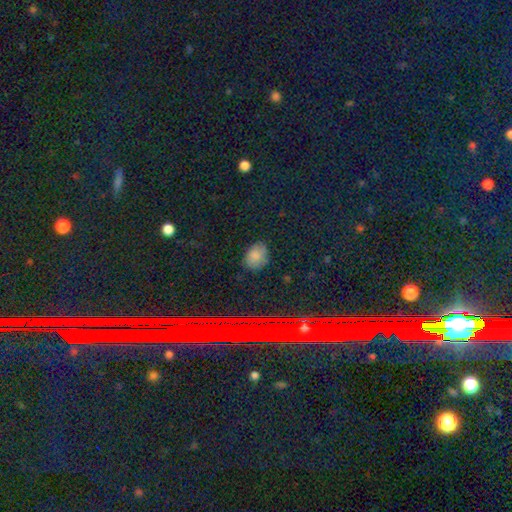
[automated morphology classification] Smooth or featured?
  - smooth: 74% *
  - star or artifact: 18%
  - featured or disk: 8%
How rounded?
  - in between: 64% *
  - round: 35%
  - cigar-shaped: 1%
Merging?
  - none: 78% *
  - minor disturbance: 16%
  - major disturbance: 4%
  - merger: 2%